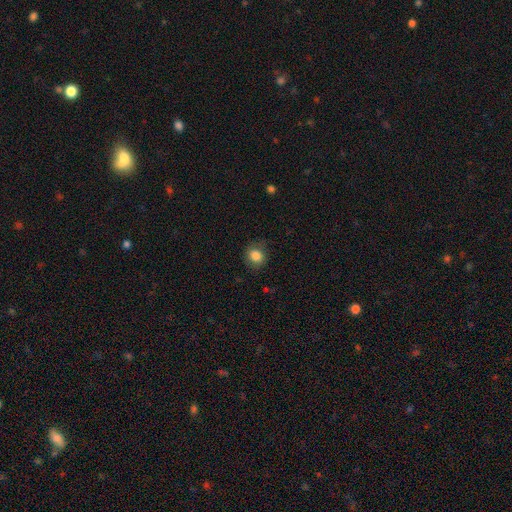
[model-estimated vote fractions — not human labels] smooth-or-featured: smooth: 84% | star or artifact: 10% | featured or disk: 7%
  how-rounded: round: 70% | in between: 29% | cigar-shaped: 1%
  merging: none: 74% | minor disturbance: 19% | major disturbance: 6% | merger: 1%